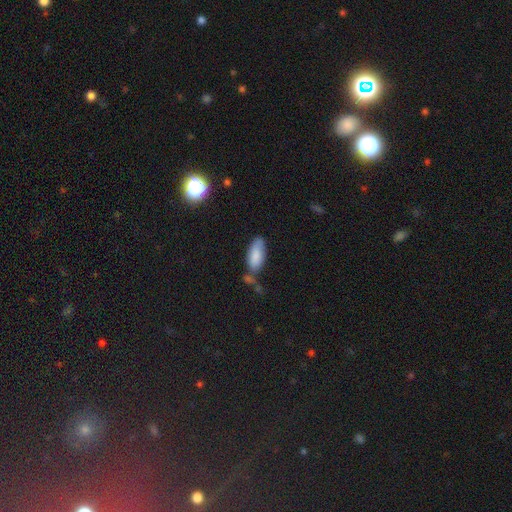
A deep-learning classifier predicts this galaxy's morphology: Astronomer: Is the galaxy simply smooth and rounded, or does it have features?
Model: smooth — 85%.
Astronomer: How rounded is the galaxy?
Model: in between — 88%.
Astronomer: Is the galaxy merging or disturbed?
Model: none — 50%.